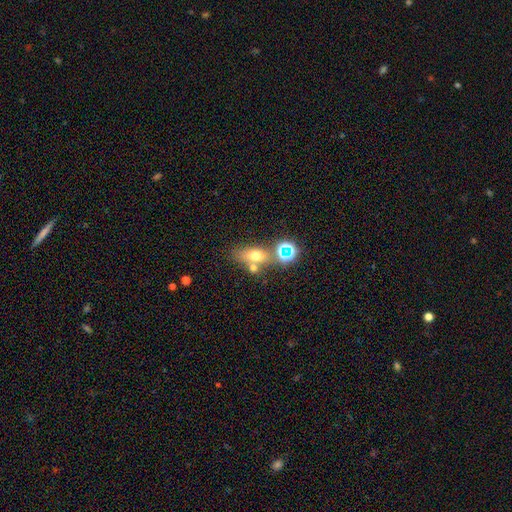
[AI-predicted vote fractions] Overall: smooth (61%; featured or disk 21%). How rounded: in between (66%). Merging: none (53%; merger 29%).